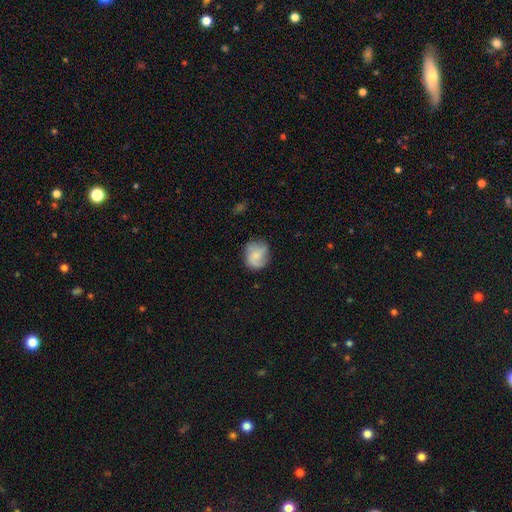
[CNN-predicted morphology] smooth 64%, featured or disk 28%, star or artifact 8%. Down the decision tree: how rounded — round (81%); merging — none (69%).